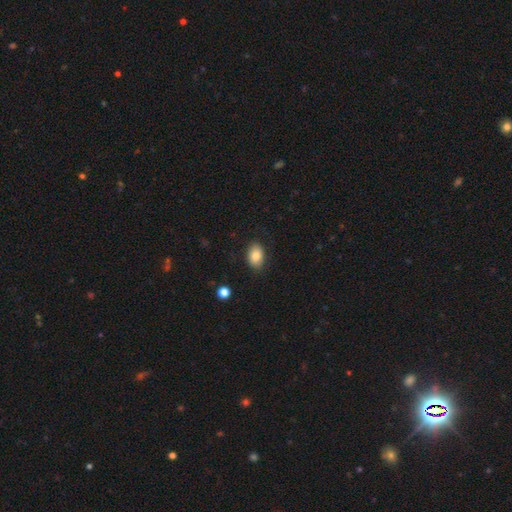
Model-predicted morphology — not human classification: smooth_or_featured: smooth (p=0.84) [alt: featured or disk p=0.08]
how_rounded: in between (p=0.86) [alt: round p=0.13]
merging: none (p=0.85) [alt: minor disturbance p=0.11]